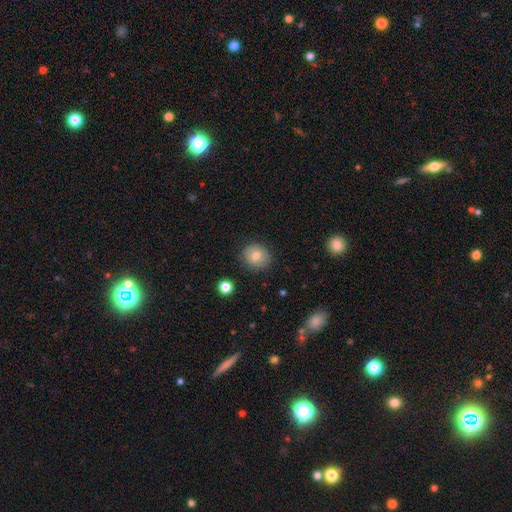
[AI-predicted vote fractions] Smooth or featured? smooth (75%)
How rounded? round (81%)
Merging? none (87%)